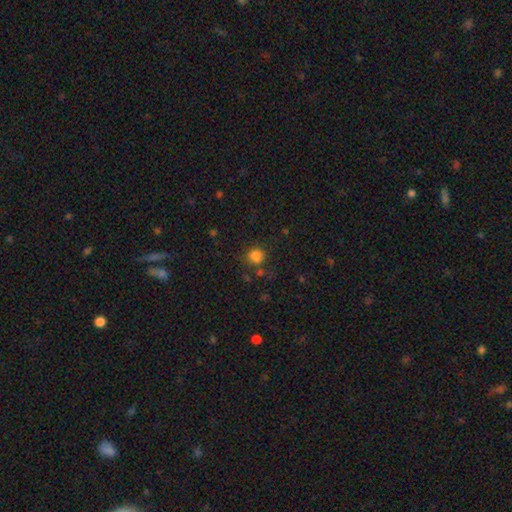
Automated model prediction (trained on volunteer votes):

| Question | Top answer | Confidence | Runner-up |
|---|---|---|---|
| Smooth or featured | smooth | 80% | star or artifact (14%) |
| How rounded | round | 86% | in between (13%) |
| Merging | none | 71% | minor disturbance (14%) |